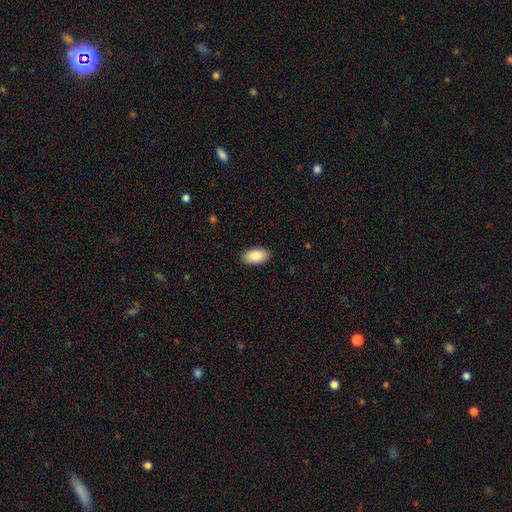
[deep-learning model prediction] This is clearly a smooth galaxy (88%). How rounded: clearly in between (95%). Merging: clearly none (89%).